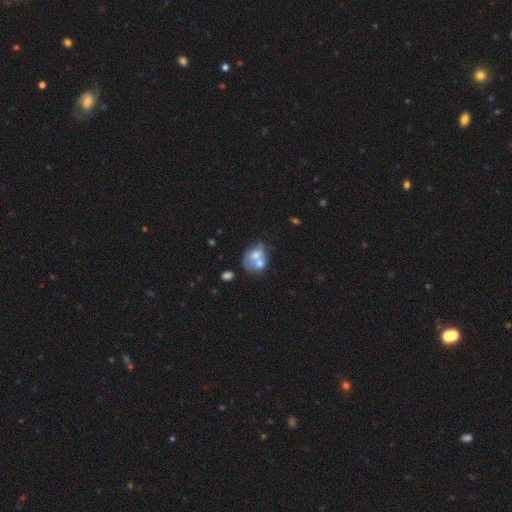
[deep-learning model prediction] The model was most divided on "how rounded": in between: 55%, round: 43%, cigar-shaped: 1%. More confident: merging — merger (60%); smooth or featured — smooth (52%).